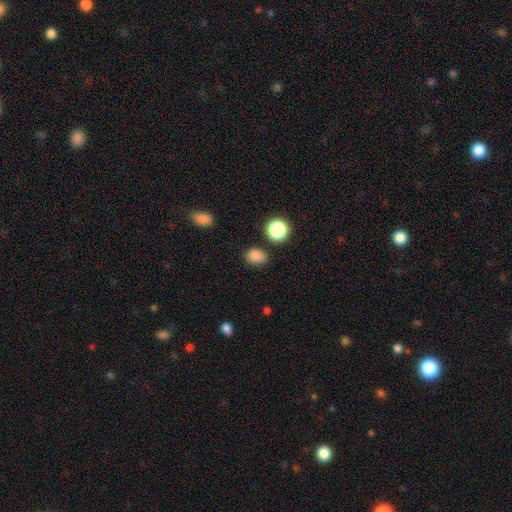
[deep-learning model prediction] Morphology: type=smooth (83%); roundness=in between (59%); merging=none (80%).